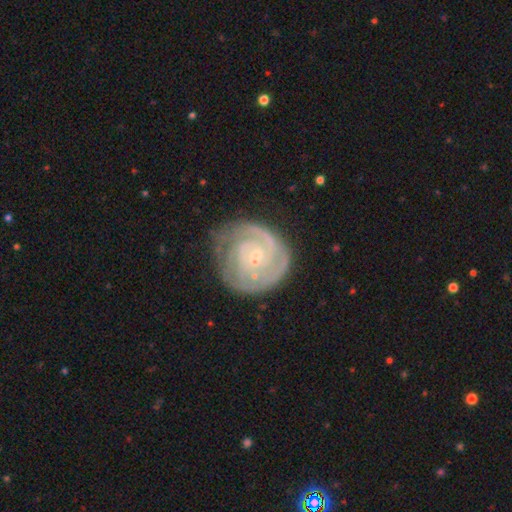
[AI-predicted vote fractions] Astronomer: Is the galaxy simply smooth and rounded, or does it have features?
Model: featured or disk — 84%.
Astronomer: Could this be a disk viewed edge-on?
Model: no — 98%.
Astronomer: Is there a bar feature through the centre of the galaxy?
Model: no — 59% (runner-up: weak, 34%).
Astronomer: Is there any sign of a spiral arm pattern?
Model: yes — 95%.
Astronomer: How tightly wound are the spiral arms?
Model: tight — 76%.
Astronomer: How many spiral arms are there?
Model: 2 — 36% (runner-up: can't tell, 27%).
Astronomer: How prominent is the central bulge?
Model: small — 74%.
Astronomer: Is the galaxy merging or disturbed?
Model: none — 65%.